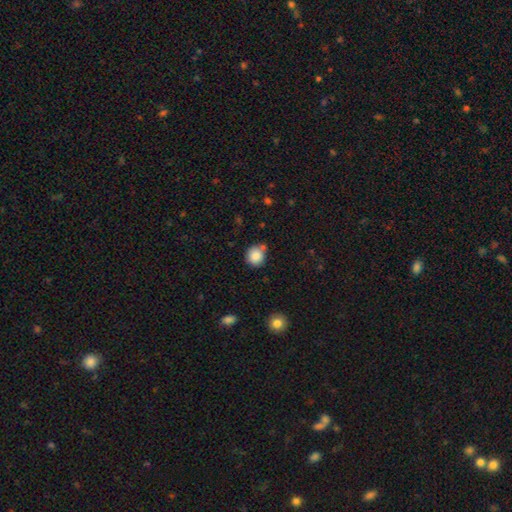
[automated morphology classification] Smooth or featured? Predicted: smooth (p=0.86). How rounded? Predicted: round (p=0.87). Merging? Predicted: none (p=0.70).